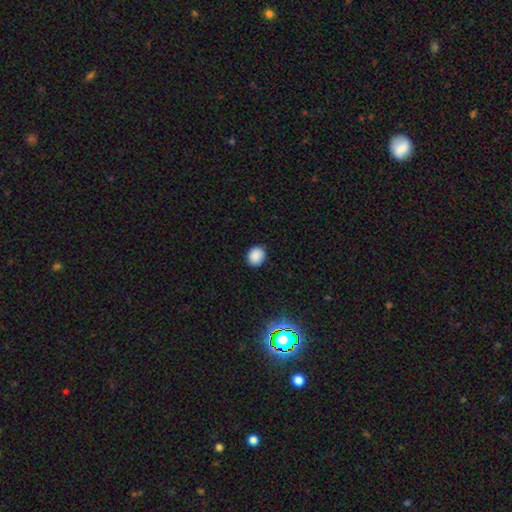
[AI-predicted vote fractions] A smooth galaxy with no disk features (87%) that is round (68%). Merging: none (90%).